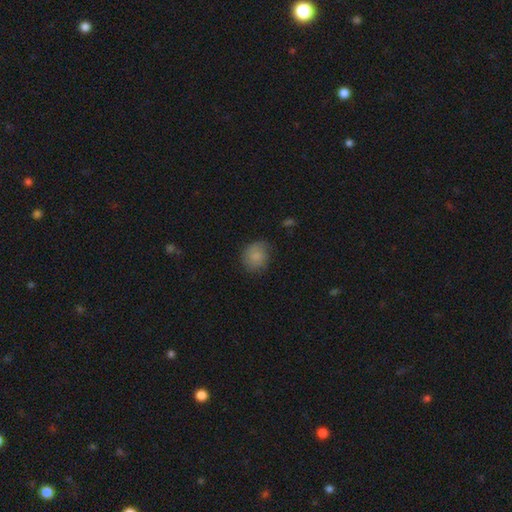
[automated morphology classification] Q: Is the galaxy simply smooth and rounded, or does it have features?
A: smooth — 80%.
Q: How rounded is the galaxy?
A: round — 76%.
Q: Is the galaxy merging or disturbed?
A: none — 71%.